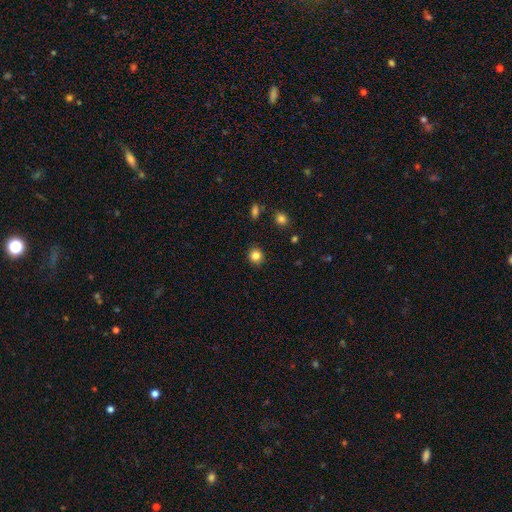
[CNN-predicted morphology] This is clearly a smooth galaxy (84%). How rounded: clearly round (86%). Merging: clearly none (90%).